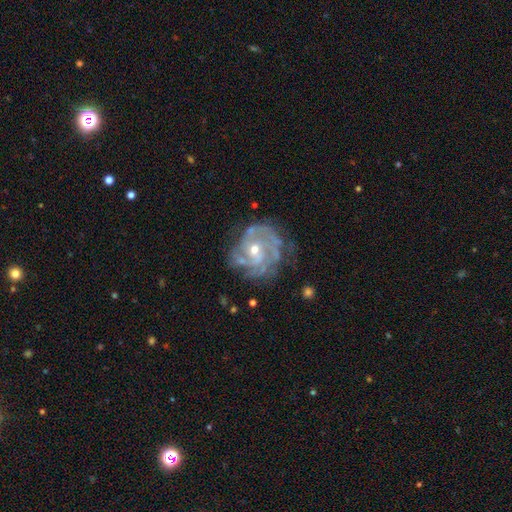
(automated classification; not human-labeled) A featured or disk galaxy (87%) with no bar (71%), tight (63%) spiral arms (94%) and a small central bulge (52%). Merging: none (63%).